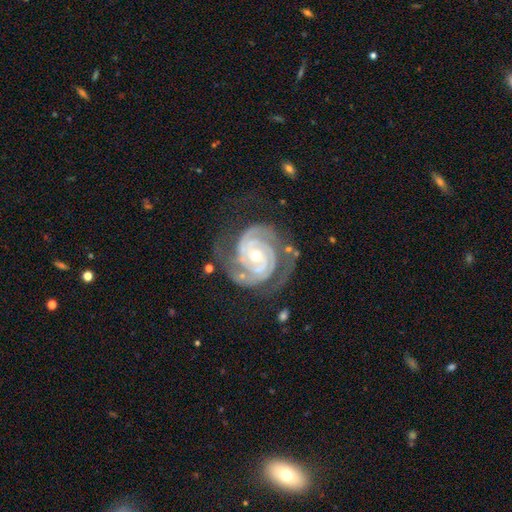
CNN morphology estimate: type=featured or disk (94%); edge-on=no (98%); bar=no (62%); spiral arms=yes (99%); winding=tight (77%); arm count=2 (71%); bulge=small (53%); merging=none (69%).